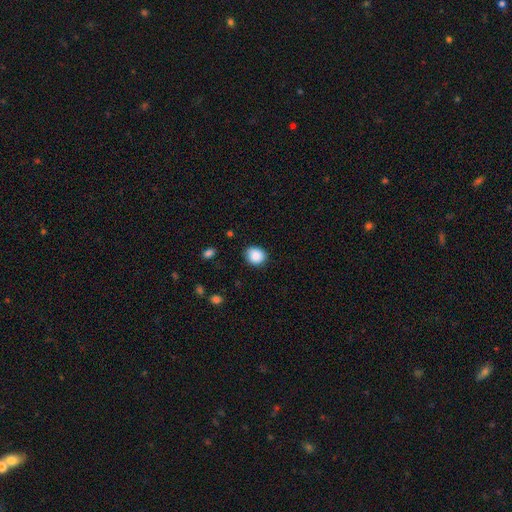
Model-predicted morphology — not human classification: A smooth galaxy with no disk features (88%) that is round (70%). Merging: none (83%).